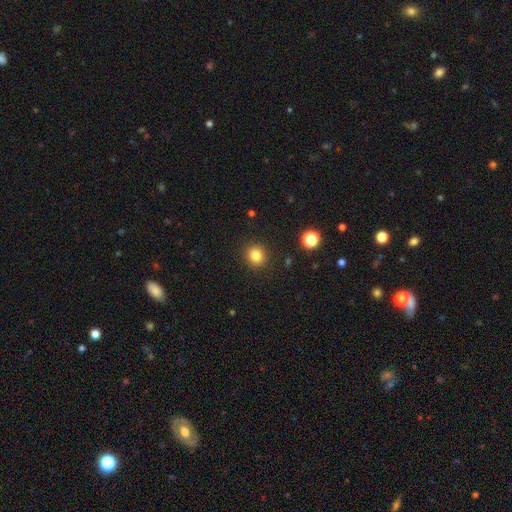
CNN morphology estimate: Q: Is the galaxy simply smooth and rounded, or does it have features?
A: smooth — 82%.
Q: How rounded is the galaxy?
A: round — 86%.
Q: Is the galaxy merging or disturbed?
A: none — 91%.